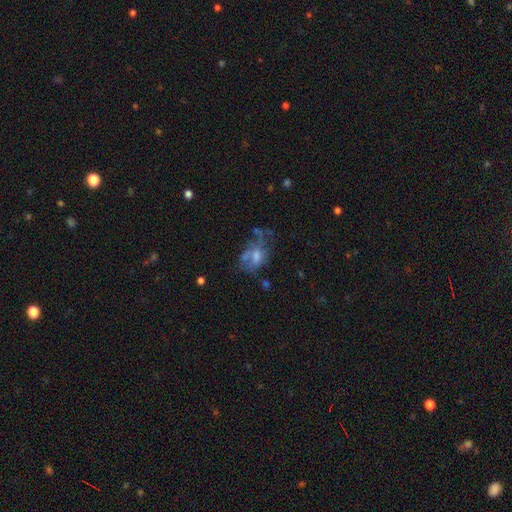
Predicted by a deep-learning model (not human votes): This is possibly a featured or disk galaxy (50%). It is clearly not viewed edge-on (96%). Merging: possibly major disturbance (46%).